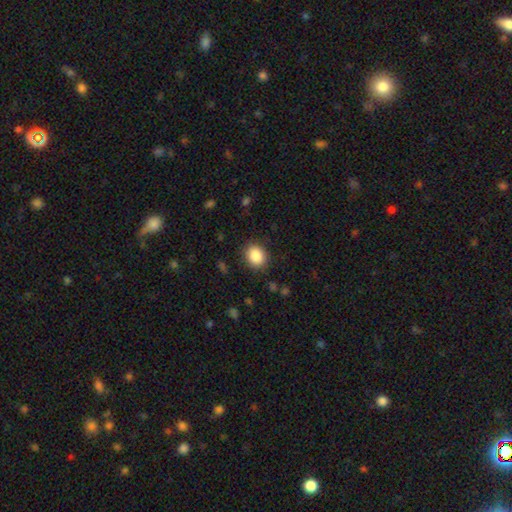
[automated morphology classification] A smooth galaxy with no disk features (87%) that is round (61%).

Vote fractions:
- Smooth or featured? smooth: 87% / star or artifact: 8% / featured or disk: 4%
- How rounded? round: 61% / in between: 39% / cigar-shaped: 1%
- Merging? none: 87% / minor disturbance: 9% / major disturbance: 3% / merger: 1%